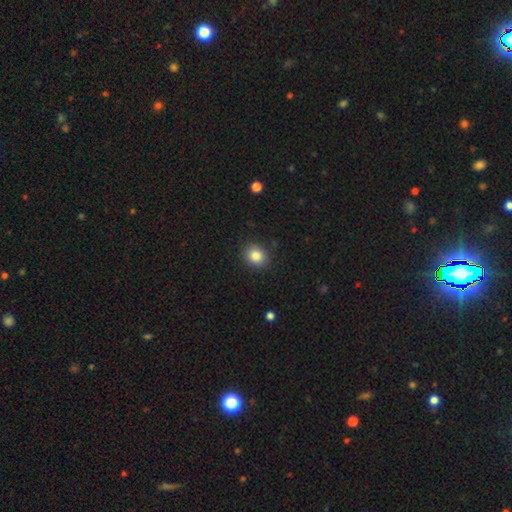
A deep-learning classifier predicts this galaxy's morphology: Smooth or featured? smooth (85%)
How rounded? round (71%)
Merging? none (89%)